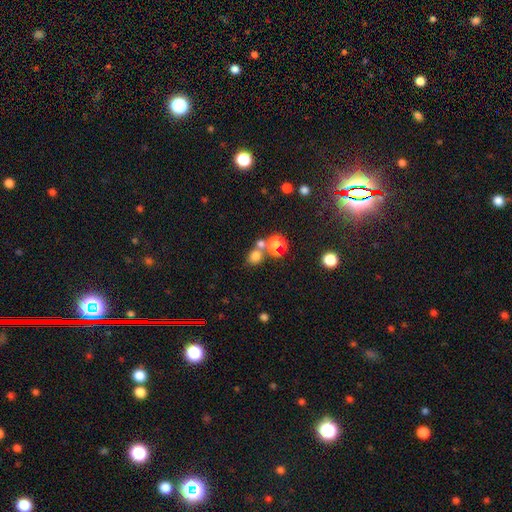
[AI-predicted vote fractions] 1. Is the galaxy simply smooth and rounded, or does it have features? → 70% smooth, 22% star or artifact, 8% featured or disk.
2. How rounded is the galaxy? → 73% round, 26% in between, 1% cigar-shaped.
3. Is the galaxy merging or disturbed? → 52% none, 34% merger, 9% minor disturbance, 5% major disturbance.